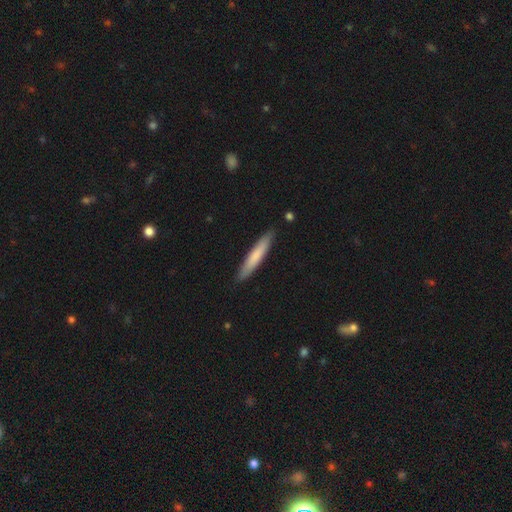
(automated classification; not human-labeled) Morphology: type=smooth (73%); roundness=cigar-shaped (92%); merging=none (88%).